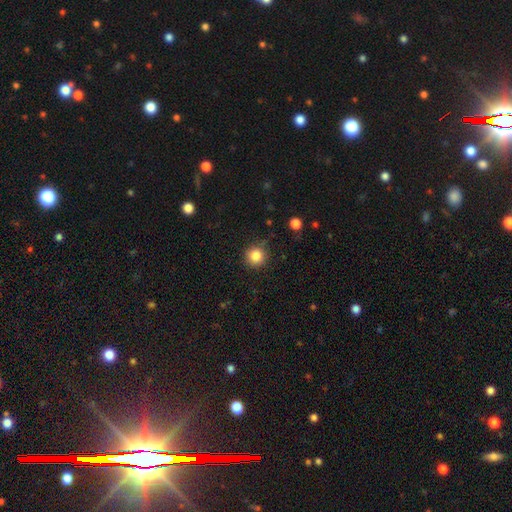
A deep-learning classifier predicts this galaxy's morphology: A smooth galaxy with no disk features (85%) that is round (94%).

Vote fractions:
- Smooth or featured? smooth: 85% / star or artifact: 11% / featured or disk: 5%
- How rounded? round: 94% / in between: 5% / cigar-shaped: 1%
- Merging? none: 86% / minor disturbance: 9% / major disturbance: 3% / merger: 2%